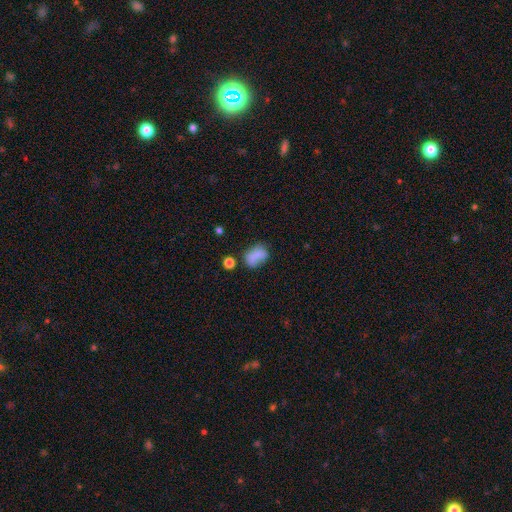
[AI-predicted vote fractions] This appears to be a smooth galaxy with no disk features (75%) that is in between round and cigar-shaped (78%). Merging: none (48%).